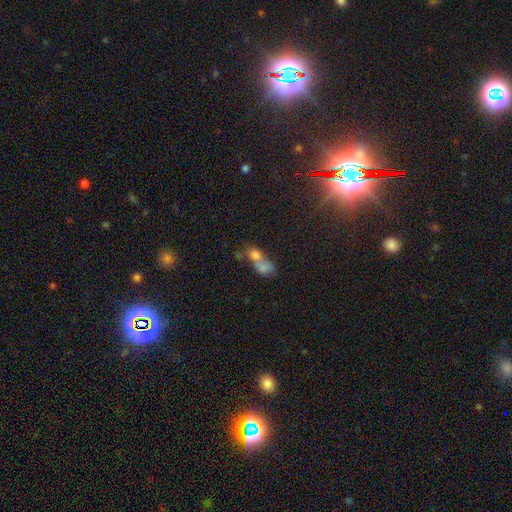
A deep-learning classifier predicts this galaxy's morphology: smooth_or_featured: smooth (p=0.66) [alt: featured or disk p=0.21]
how_rounded: in between (p=0.58) [alt: round p=0.38]
merging: merger (p=0.73) [alt: none p=0.15]